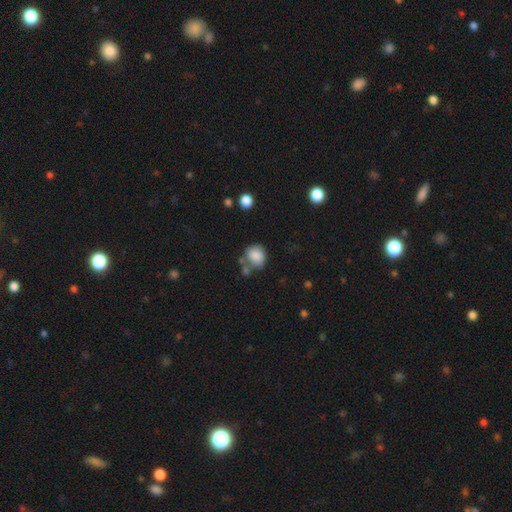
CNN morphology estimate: smooth 84%, star or artifact 9%, featured or disk 7%. Down the decision tree: how rounded — round (71%); merging — none (54%).